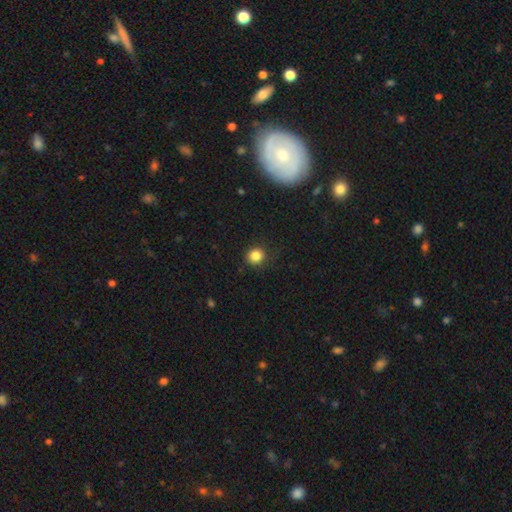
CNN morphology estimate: Smooth or featured? smooth (84%)
How rounded? round (90%)
Merging? none (86%)